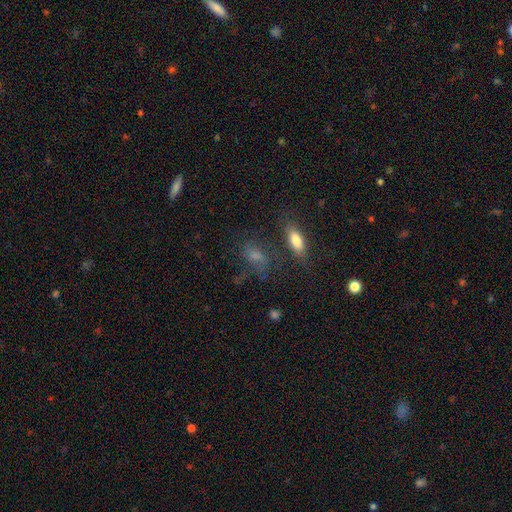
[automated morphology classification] This appears to be a smooth galaxy with no disk features (49%). Merging: none (61%).